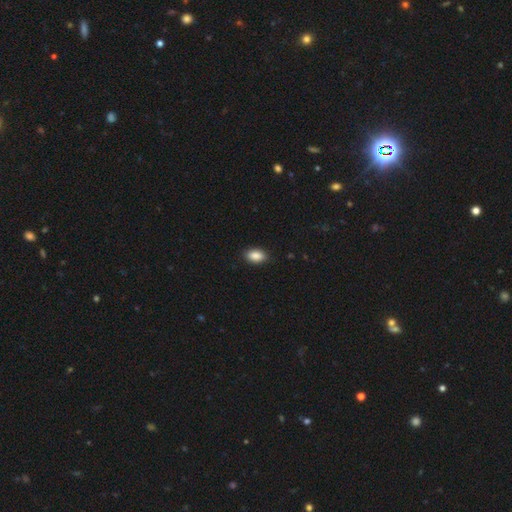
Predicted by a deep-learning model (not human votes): Morphology: type=smooth (88%); roundness=in between (91%); merging=none (87%).